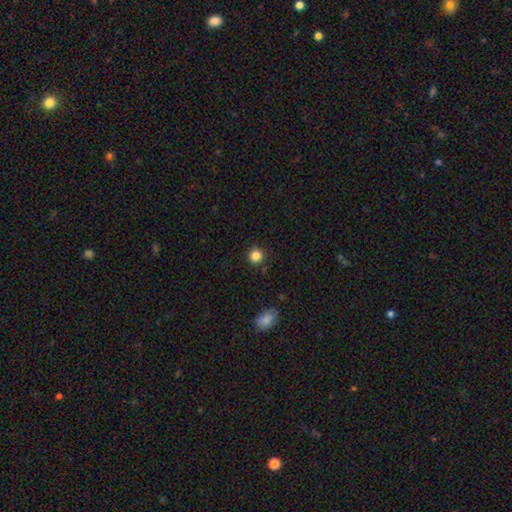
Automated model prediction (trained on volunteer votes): Smooth or featured?
  - smooth: 85% *
  - star or artifact: 11%
  - featured or disk: 4%
How rounded?
  - round: 93% *
  - in between: 6%
  - cigar-shaped: 1%
Merging?
  - none: 88% *
  - minor disturbance: 8%
  - major disturbance: 2%
  - merger: 2%